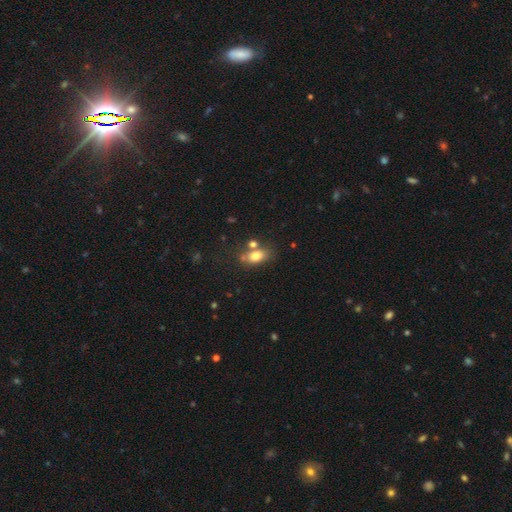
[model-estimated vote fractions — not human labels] The model was most divided on "merging": none: 56%, merger: 23%, minor disturbance: 15%, major disturbance: 6%. More confident: how rounded — in between (82%); smooth or featured — smooth (77%).